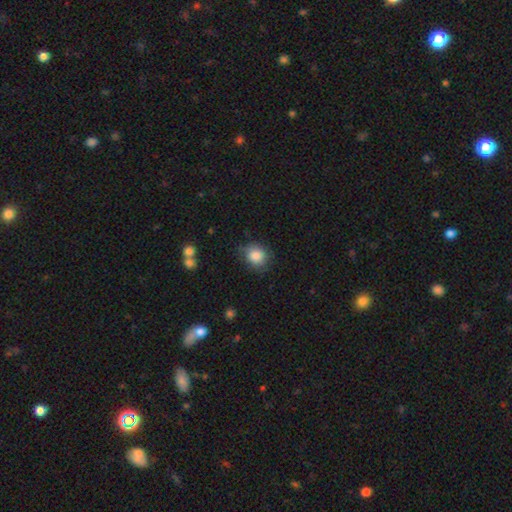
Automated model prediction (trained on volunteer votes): smooth 86%, star or artifact 9%, featured or disk 6%. Down the decision tree: how rounded — round (77%); merging — none (74%).